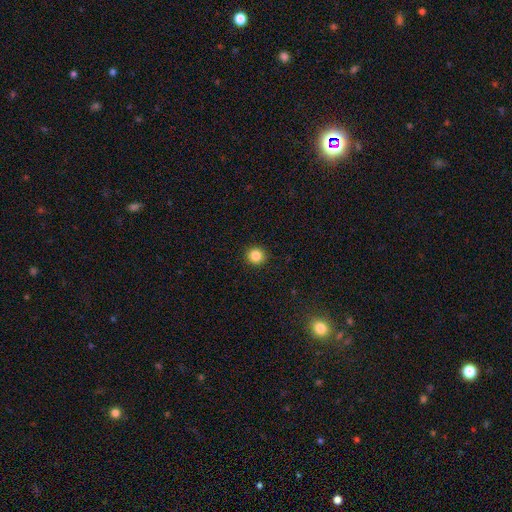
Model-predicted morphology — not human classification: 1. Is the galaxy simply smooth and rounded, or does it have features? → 85% smooth, 11% star or artifact, 4% featured or disk.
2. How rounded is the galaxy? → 92% round, 7% in between, 1% cigar-shaped.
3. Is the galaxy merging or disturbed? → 92% none, 5% minor disturbance, 2% major disturbance, 1% merger.